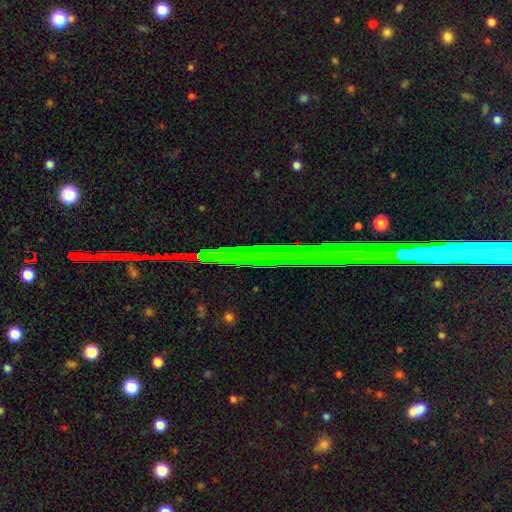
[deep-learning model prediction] Smooth or featured: star or artifact — 54% (featured or disk — 27%)